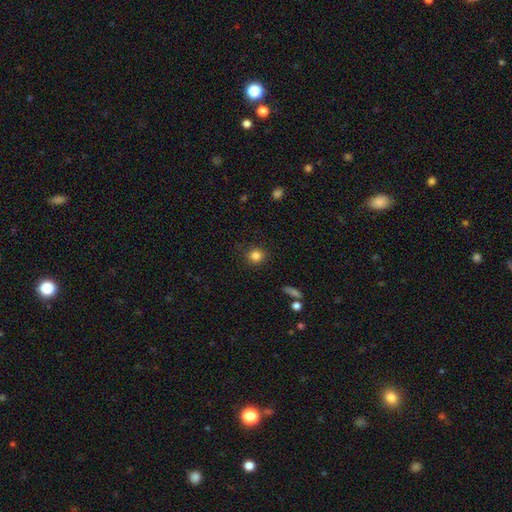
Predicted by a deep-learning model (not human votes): A smooth galaxy with no disk features (83%) that is round (89%).

Vote fractions:
- Smooth or featured? smooth: 83% / star or artifact: 11% / featured or disk: 5%
- How rounded? round: 89% / in between: 10% / cigar-shaped: 1%
- Merging? none: 87% / minor disturbance: 9% / major disturbance: 3% / merger: 1%